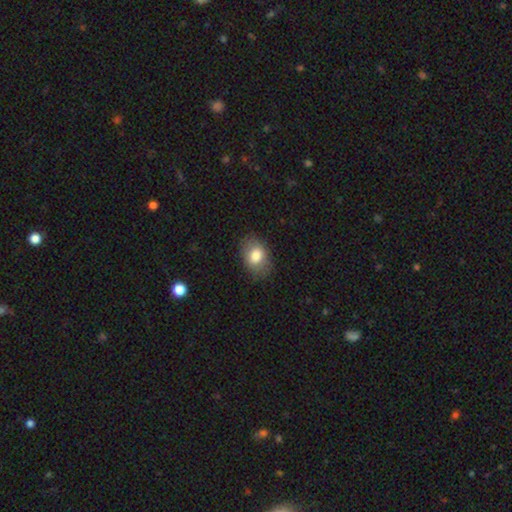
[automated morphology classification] Smooth or featured? smooth (79%)
How rounded? in between (76%)
Merging? none (78%)